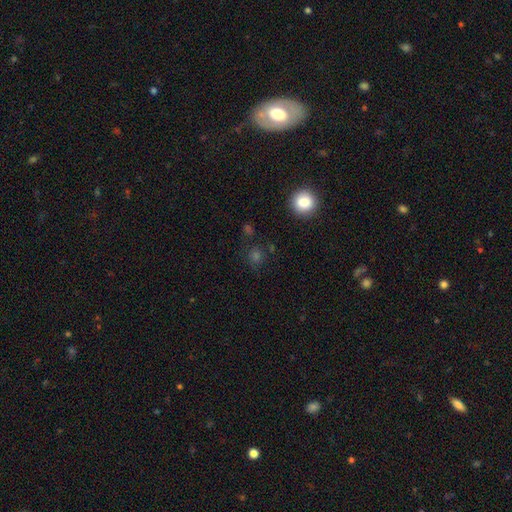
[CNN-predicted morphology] Smooth or featured? smooth (52%)
How rounded? round (89%)
Merging? none (84%)